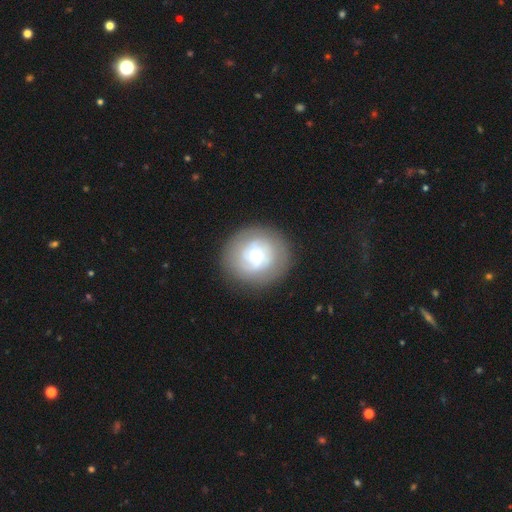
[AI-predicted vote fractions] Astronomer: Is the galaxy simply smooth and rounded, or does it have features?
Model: featured or disk — 56% (runner-up: smooth, 37%).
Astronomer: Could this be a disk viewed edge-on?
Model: no — 97%.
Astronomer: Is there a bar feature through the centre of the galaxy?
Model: no — 72%.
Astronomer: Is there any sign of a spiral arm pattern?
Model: yes — 76%.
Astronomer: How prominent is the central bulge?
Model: small — 53% (runner-up: moderate, 37%).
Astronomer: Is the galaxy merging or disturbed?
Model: none — 84%.